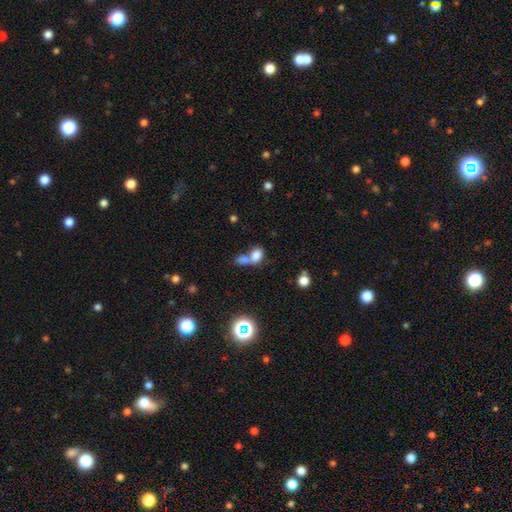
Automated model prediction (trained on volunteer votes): Smooth or featured? Predicted: smooth (p=0.76). How rounded? Predicted: in between (p=0.71). Merging? Predicted: merger (p=0.60).